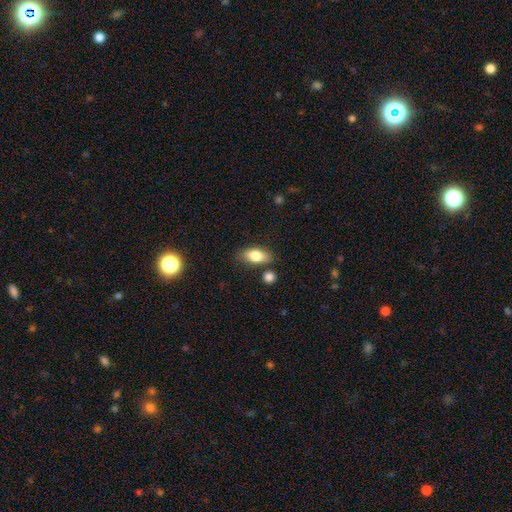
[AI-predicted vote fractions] Morphology: type=smooth (79%); roundness=in between (85%); merging=none (74%).